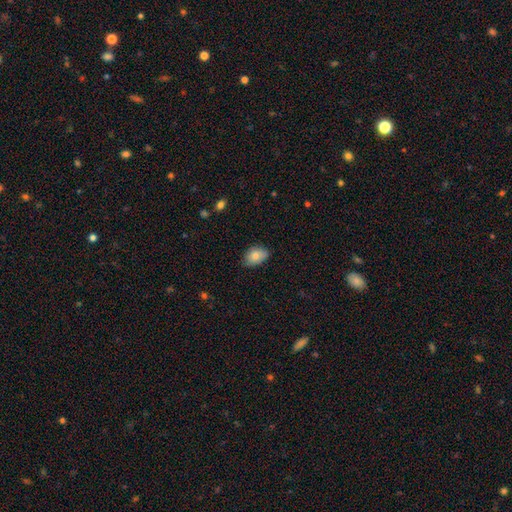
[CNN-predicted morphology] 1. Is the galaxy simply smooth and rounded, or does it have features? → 82% smooth, 11% featured or disk, 8% star or artifact.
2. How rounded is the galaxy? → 83% in between, 15% round, 1% cigar-shaped.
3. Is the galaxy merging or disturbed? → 71% none, 25% minor disturbance, 3% major disturbance, 1% merger.